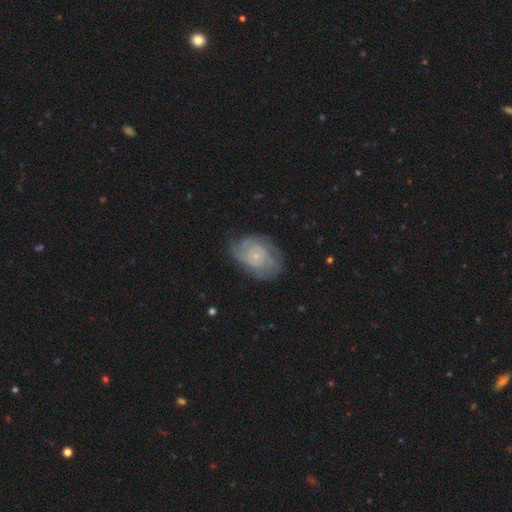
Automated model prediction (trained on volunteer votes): A featured or disk galaxy (71%) with no bar (80%), tight (59%) spiral arms (88%) and a small central bulge (78%).

Vote fractions:
- Smooth or featured? featured or disk: 71% / smooth: 22% / star or artifact: 7%
- Edge-on disk? no: 97% / yes: 3%
- Bar? no: 80% / weak: 18% / strong: 3%
- Spiral arms? yes: 88% / no: 12%
- Spiral winding? tight: 59% / medium: 31% / loose: 10%
- Spiral arm count? can't tell: 42% / 2: 25% / 3: 15% / 4: 8% / 1: 5% / more than 4: 5%
- Bulge size? small: 78% / moderate: 11% / none: 8% / large: 1% / dominant: 1%
- Merging? none: 66% / minor disturbance: 22% / major disturbance: 11% / merger: 1%